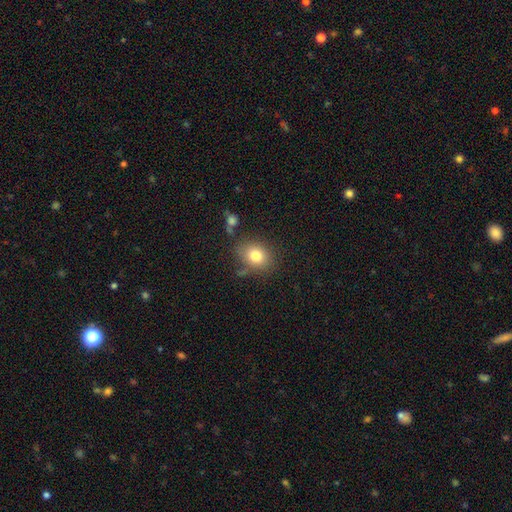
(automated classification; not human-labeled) Smooth or featured? smooth (79%)
How rounded? round (54%)
Merging? none (74%)